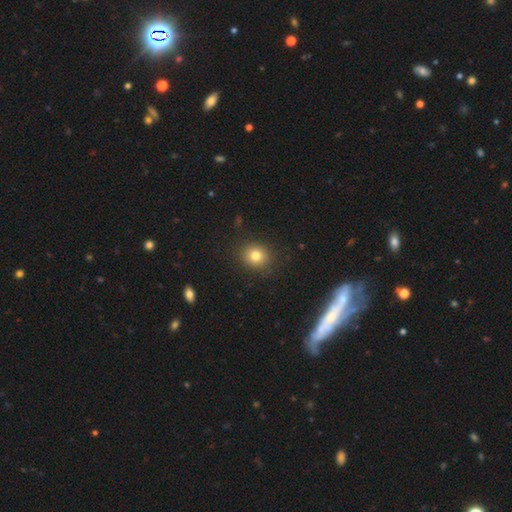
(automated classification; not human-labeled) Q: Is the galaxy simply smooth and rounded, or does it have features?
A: smooth — 80%.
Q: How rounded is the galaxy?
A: round — 77%.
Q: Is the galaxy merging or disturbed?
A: none — 87%.